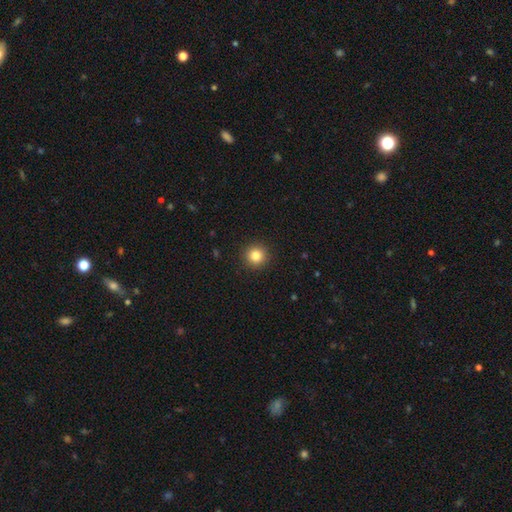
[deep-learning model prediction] Smooth or featured: smooth — 83% (star or artifact — 11%)
How rounded: round — 95% (in between — 4%)
Merging: none — 92% (minor disturbance — 5%)